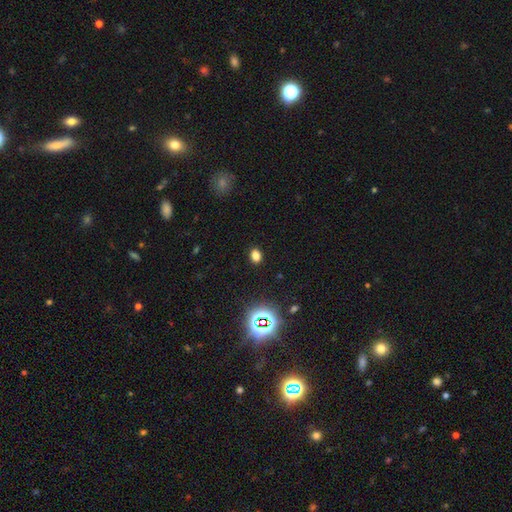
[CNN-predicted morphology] This appears to be a smooth galaxy with no disk features (73%) that is in between round and cigar-shaped (64%). Merging: none (88%).